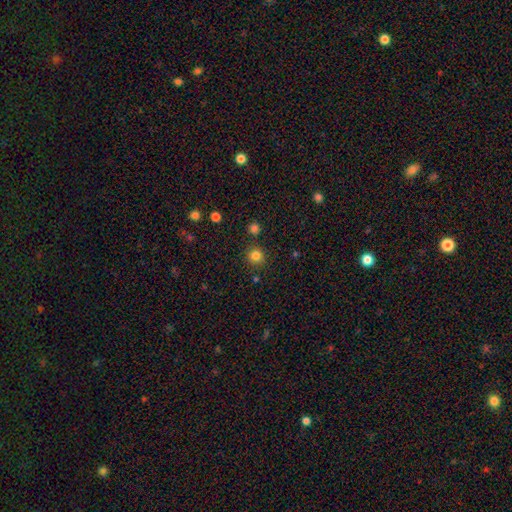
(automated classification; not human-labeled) The model was most divided on "smooth or featured": smooth: 82%, star or artifact: 13%, featured or disk: 4%. More confident: how rounded — round (93%); merging — none (87%).